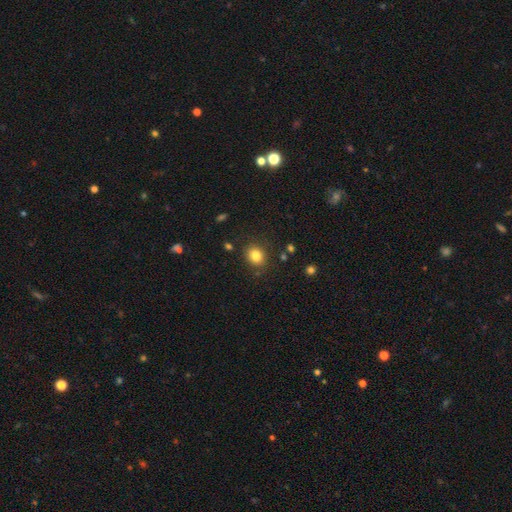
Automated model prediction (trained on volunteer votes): Morphology: type=smooth (82%); roundness=round (64%); merging=none (85%).